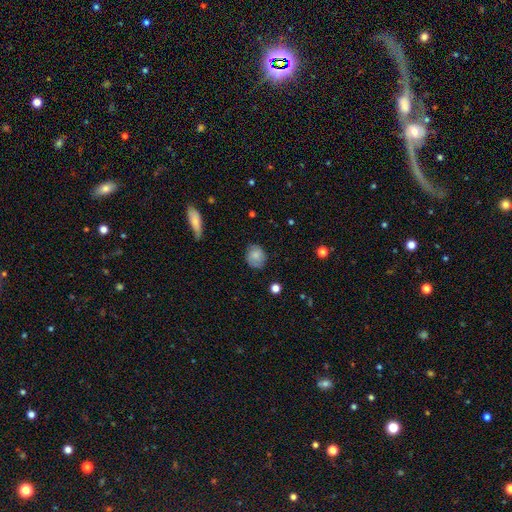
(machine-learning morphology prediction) smooth-or-featured: smooth: 77% | featured or disk: 15% | star or artifact: 8%
  how-rounded: round: 72% | in between: 27% | cigar-shaped: 1%
  merging: none: 76% | minor disturbance: 19% | major disturbance: 4% | merger: 1%